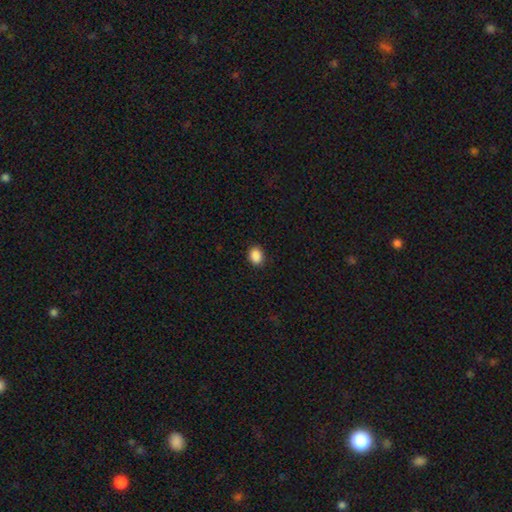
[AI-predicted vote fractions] Q: Smooth or featured?
A: smooth (89%); runner-up: star or artifact (9%)
Q: How rounded?
A: in between (58%); runner-up: round (41%)
Q: Merging?
A: none (88%); runner-up: minor disturbance (8%)